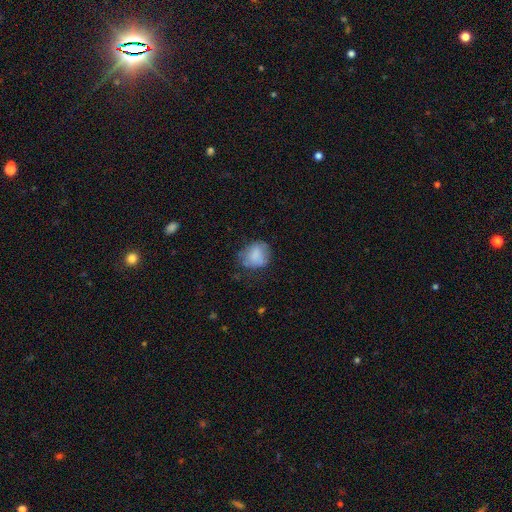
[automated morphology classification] Q: Smooth or featured?
A: smooth (77%); runner-up: featured or disk (14%)
Q: How rounded?
A: round (65%); runner-up: in between (34%)
Q: Merging?
A: none (57%); runner-up: minor disturbance (29%)